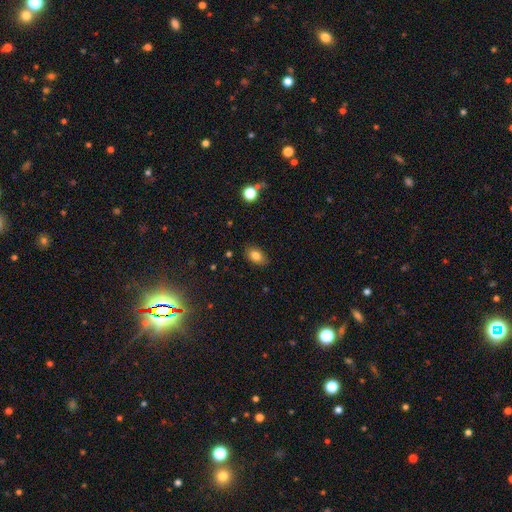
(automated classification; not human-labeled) smooth_or_featured: smooth (p=0.82) [alt: star or artifact p=0.10]
how_rounded: in between (p=0.84) [alt: round p=0.15]
merging: none (p=0.85) [alt: minor disturbance p=0.11]